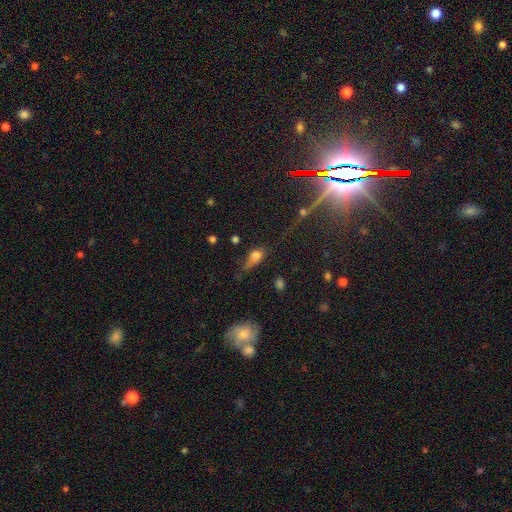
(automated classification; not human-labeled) Morphology: type=smooth (64%); roundness=in between (66%); merging=major disturbance (30%, tied with none).